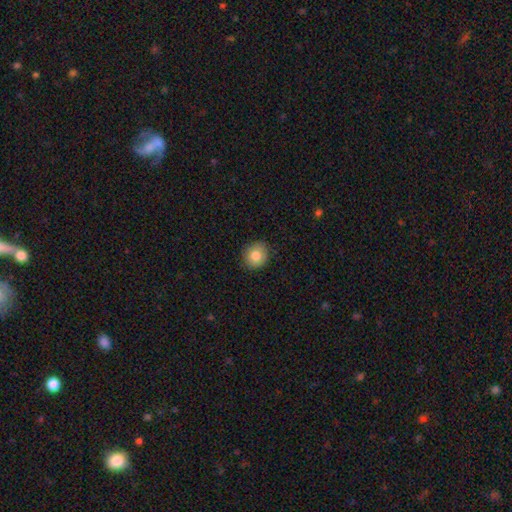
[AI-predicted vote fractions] Q: Smooth or featured?
A: smooth (81%); runner-up: featured or disk (10%)
Q: How rounded?
A: round (79%); runner-up: in between (20%)
Q: Merging?
A: none (87%); runner-up: minor disturbance (10%)